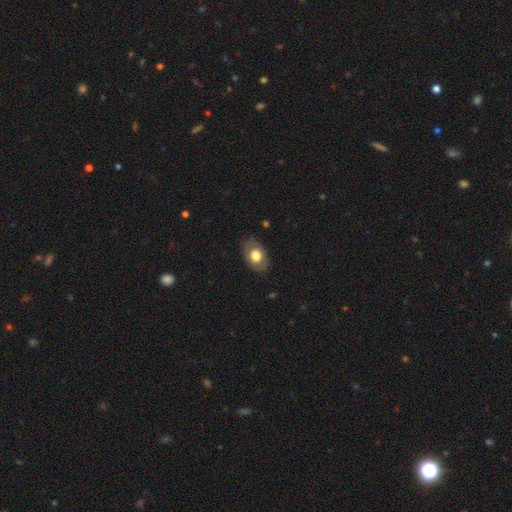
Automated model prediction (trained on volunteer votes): This is likely a smooth galaxy (64%). How rounded: clearly in between (81%). Merging: likely none (78%).